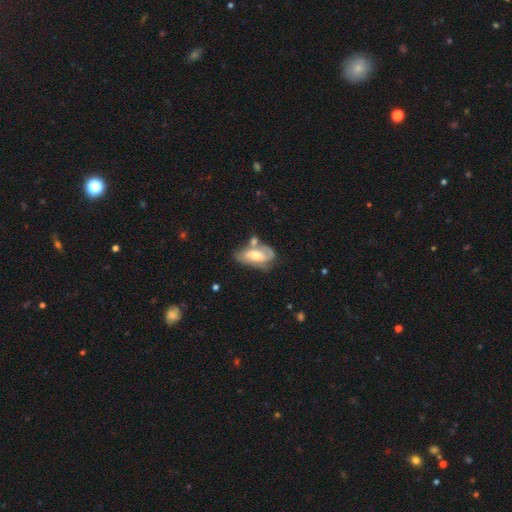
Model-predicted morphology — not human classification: Smooth or featured?
  - featured or disk: 67% *
  - smooth: 26%
  - star or artifact: 6%
Edge-on disk?
  - no: 93% *
  - yes: 7%
Bar?
  - no: 50% *
  - weak: 37%
  - strong: 14%
Spiral arms?
  - yes: 81% *
  - no: 19%
Spiral winding?
  - medium: 41% *
  - tight: 37%
  - loose: 22%
Spiral arm count?
  - 2: 59% *
  - can't tell: 20%
  - 1: 13%
  - 3: 5%
  - 4: 1%
  - more than 4: 1%
Bulge size?
  - moderate: 68% *
  - small: 21%
  - large: 8%
  - none: 2%
  - dominant: 1%
Merging?
  - none: 41% *
  - minor disturbance: 23%
  - merger: 22%
  - major disturbance: 14%